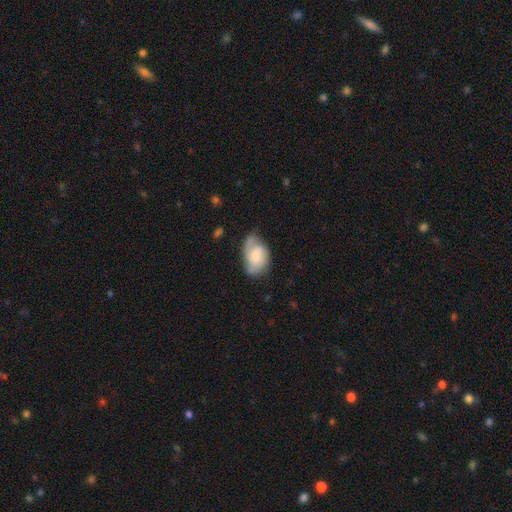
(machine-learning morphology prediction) featured or disk 55%, smooth 38%, star or artifact 7%. Down the decision tree: edge-on disk — no (96%); bar — no (63%); spiral arms — yes (88%); bulge size — moderate (43%); merging — none (56%).